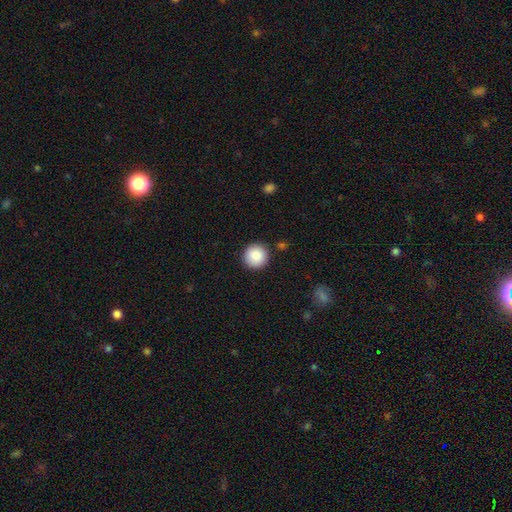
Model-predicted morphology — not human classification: This is clearly a smooth galaxy (89%). How rounded: clearly round (95%). Merging: clearly none (90%).